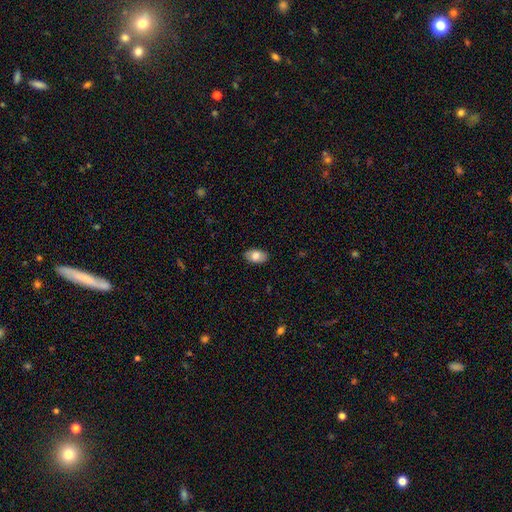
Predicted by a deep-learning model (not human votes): This appears to be a smooth galaxy with no disk features (77%) that is in between round and cigar-shaped (92%). Merging: none (87%).